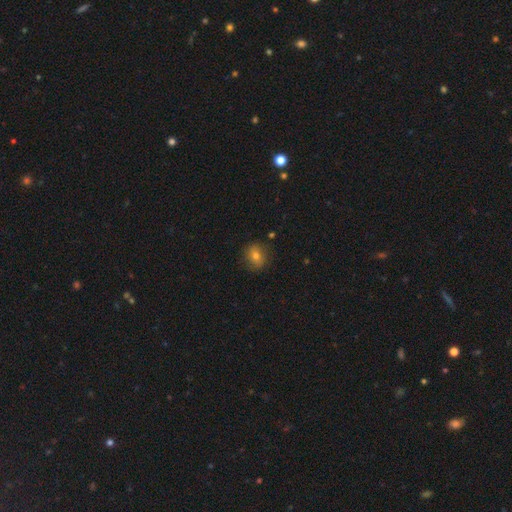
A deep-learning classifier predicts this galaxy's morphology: Q: Smooth or featured?
A: smooth (69%); runner-up: featured or disk (17%)
Q: How rounded?
A: round (69%); runner-up: in between (30%)
Q: Merging?
A: none (84%); runner-up: minor disturbance (12%)